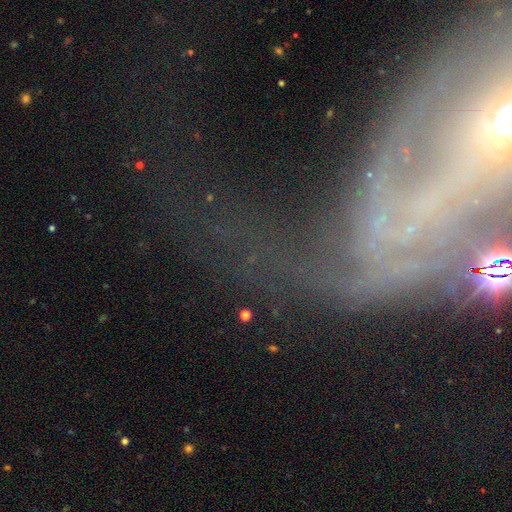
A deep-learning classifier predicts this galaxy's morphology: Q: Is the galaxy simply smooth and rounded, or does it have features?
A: featured or disk — 63%.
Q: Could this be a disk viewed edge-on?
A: no — 88%.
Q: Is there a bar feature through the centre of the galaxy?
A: no — 51%.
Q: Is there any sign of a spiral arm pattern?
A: yes — 70%.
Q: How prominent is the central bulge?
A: small — 51%.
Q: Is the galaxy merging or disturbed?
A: none — 43%.